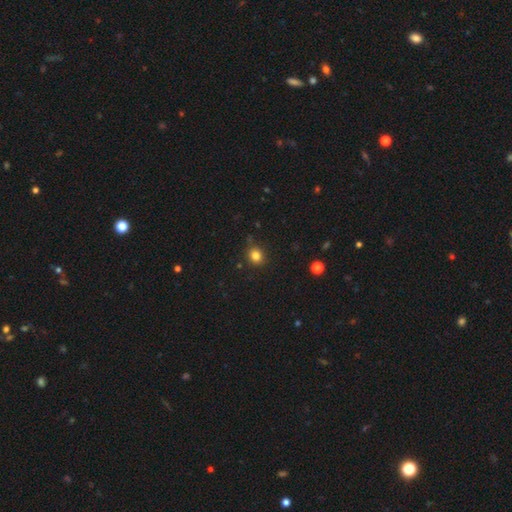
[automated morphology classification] Smooth or featured? Predicted: smooth (p=0.82). How rounded? Predicted: round (p=0.83). Merging? Predicted: none (p=0.85).